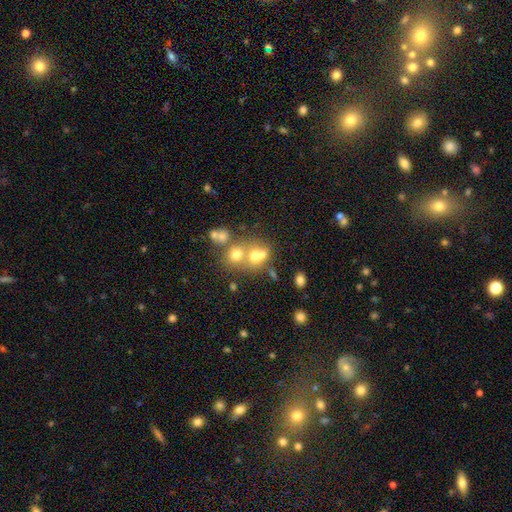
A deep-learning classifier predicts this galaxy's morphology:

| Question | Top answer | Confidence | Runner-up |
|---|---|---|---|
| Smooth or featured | smooth | 61% | featured or disk (22%) |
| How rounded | round | 70% | in between (29%) |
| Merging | merger | 53% | none (35%) |